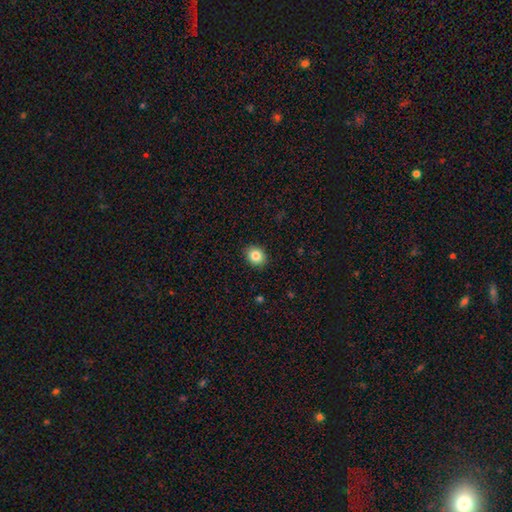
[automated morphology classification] A smooth galaxy with no disk features (84%) that is round (59%).

Vote fractions:
- Smooth or featured? smooth: 84% / star or artifact: 10% / featured or disk: 6%
- How rounded? round: 59% / in between: 40% / cigar-shaped: 1%
- Merging? none: 90% / minor disturbance: 7% / major disturbance: 2% / merger: 1%